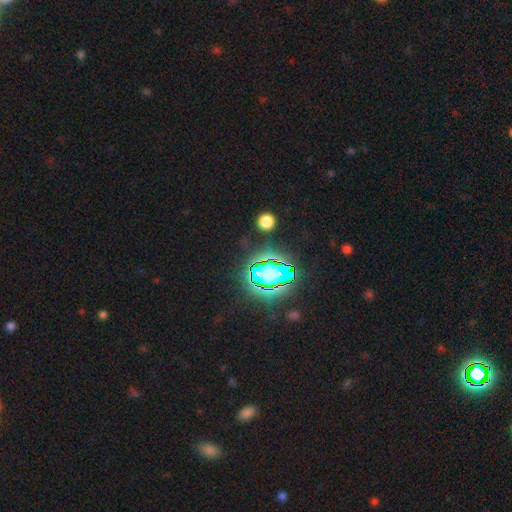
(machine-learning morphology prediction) This is clearly a star or artifact rather than a galaxy (80%).